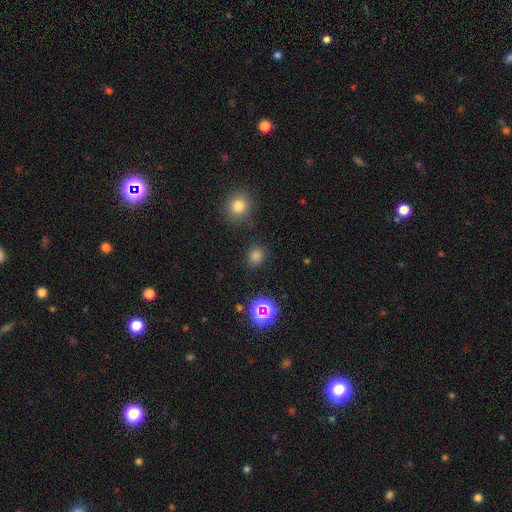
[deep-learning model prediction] A smooth galaxy with no disk features (75%) that is round (72%).

Vote fractions:
- Smooth or featured? smooth: 75% / star or artifact: 20% / featured or disk: 4%
- How rounded? round: 72% / in between: 27% / cigar-shaped: 1%
- Merging? none: 83% / minor disturbance: 10% / major disturbance: 4% / merger: 3%